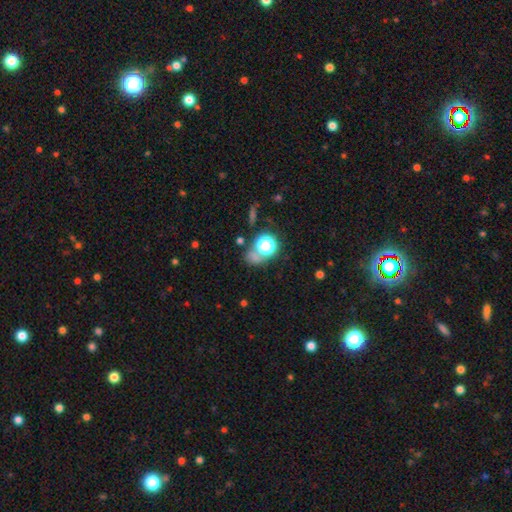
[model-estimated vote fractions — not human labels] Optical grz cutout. It shows a smooth galaxy with no disk features (50%) that is round (71%). Merging: none (59%).